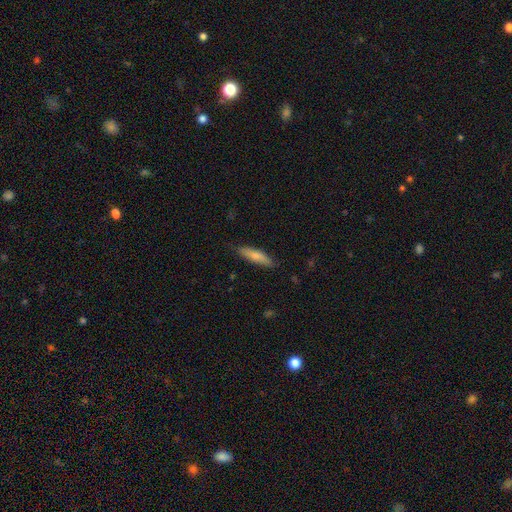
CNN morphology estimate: The model was most divided on "how rounded": cigar-shaped: 69%, in between: 29%, round: 2%. More confident: merging — none (82%); smooth or featured — smooth (78%).